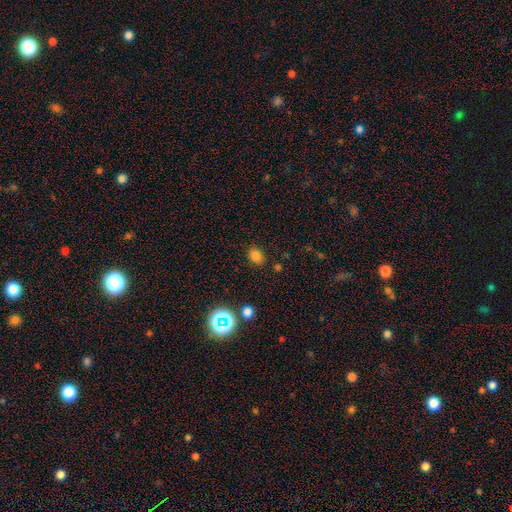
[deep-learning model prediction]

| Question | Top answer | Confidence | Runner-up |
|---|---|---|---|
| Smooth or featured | smooth | 78% | star or artifact (17%) |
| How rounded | in between | 57% | round (42%) |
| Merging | none | 83% | minor disturbance (11%) |